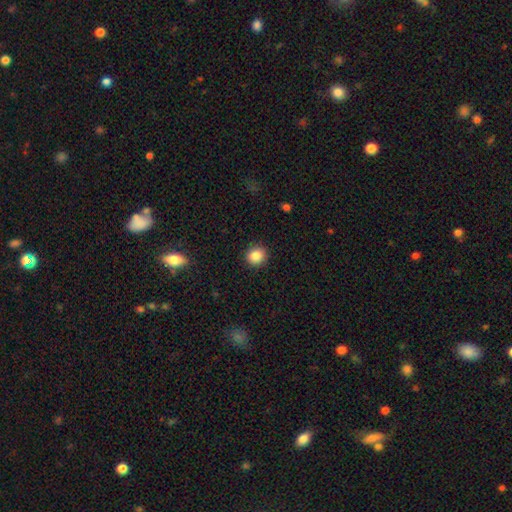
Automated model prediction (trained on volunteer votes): A smooth galaxy with no disk features (86%) that is round (84%). Merging: none (91%).